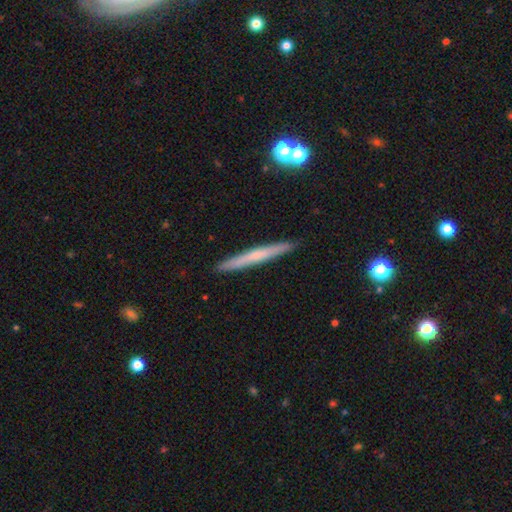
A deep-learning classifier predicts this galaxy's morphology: This is possibly a smooth galaxy (52%). How rounded: clearly cigar-shaped (97%). Merging: clearly none (92%).